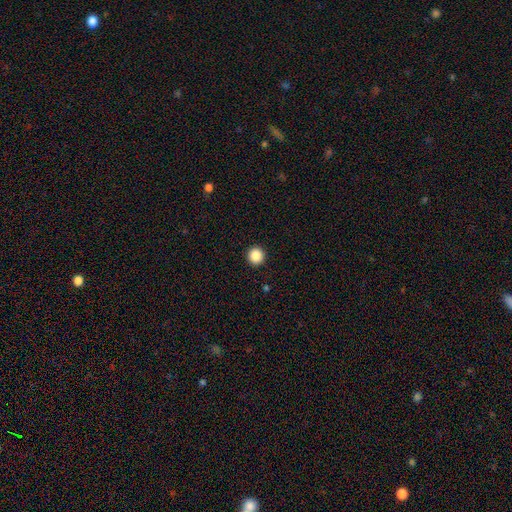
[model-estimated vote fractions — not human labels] smooth 87%, star or artifact 9%, featured or disk 3%. Down the decision tree: how rounded — round (95%); merging — none (94%).